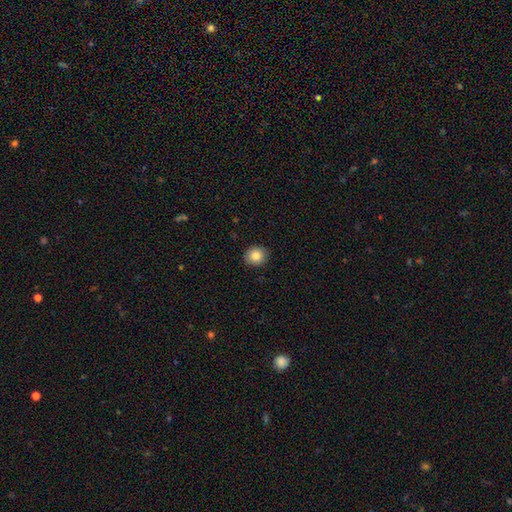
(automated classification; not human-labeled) Smooth or featured?
  - smooth: 85% *
  - star or artifact: 9%
  - featured or disk: 6%
How rounded?
  - round: 85% *
  - in between: 14%
  - cigar-shaped: 1%
Merging?
  - none: 90% *
  - minor disturbance: 7%
  - major disturbance: 2%
  - merger: 1%